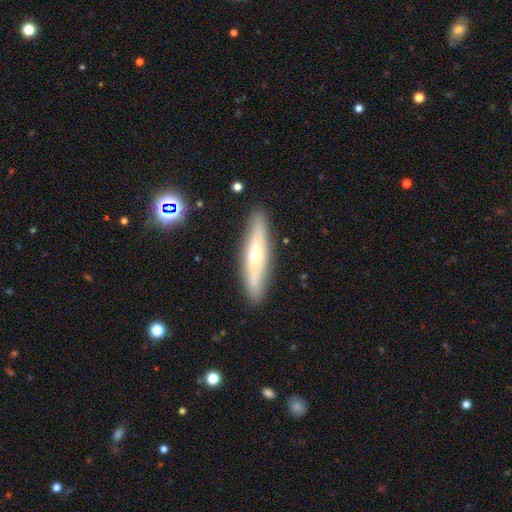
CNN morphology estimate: smooth_or_featured: featured or disk (p=0.50) [alt: smooth p=0.42]
disk_edge_on: yes (p=0.75) [alt: no p=0.25]
merging: none (p=0.88) [alt: minor disturbance p=0.08]